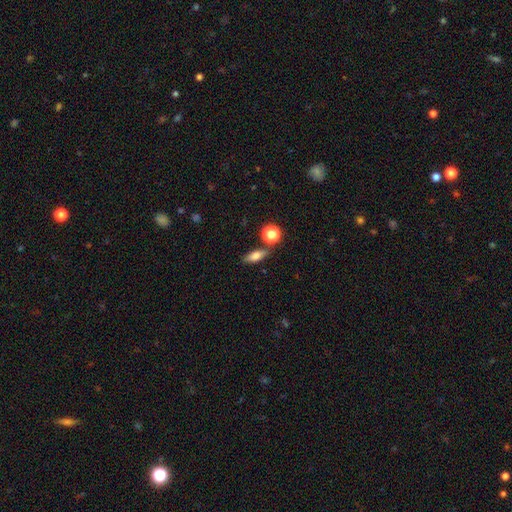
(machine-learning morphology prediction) type=smooth (68%); roundness=in between (59%); merging=none (76%).